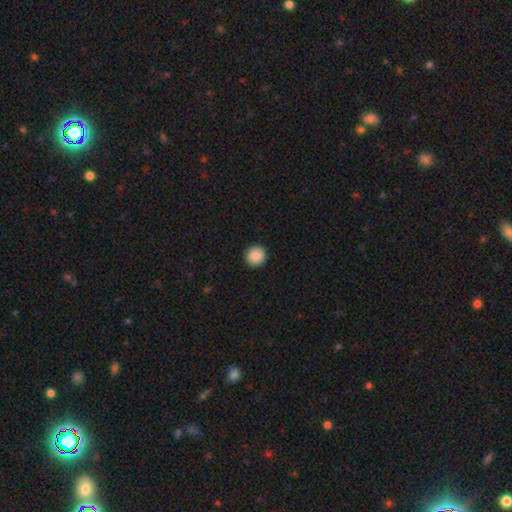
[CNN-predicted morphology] Overall: smooth (89%). How rounded: round (92%). Merging: none (93%).